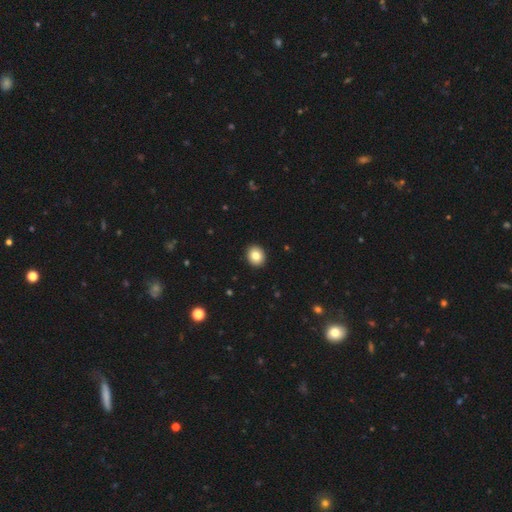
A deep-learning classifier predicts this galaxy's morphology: type=smooth (84%); roundness=round (67%); merging=none (93%).